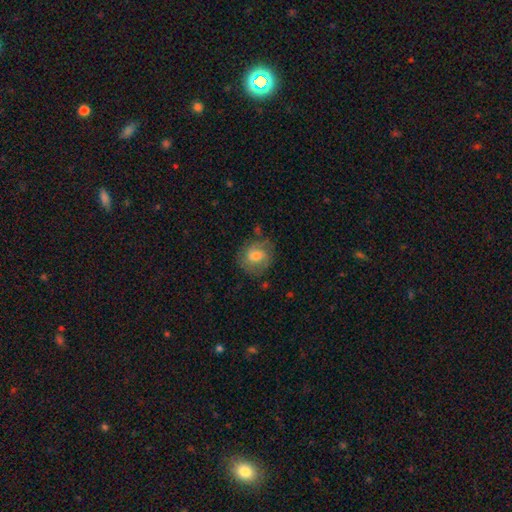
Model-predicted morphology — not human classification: The model was most divided on "smooth or featured": smooth: 62%, featured or disk: 31%, star or artifact: 8%. More confident: how rounded — round (77%); merging — none (69%).